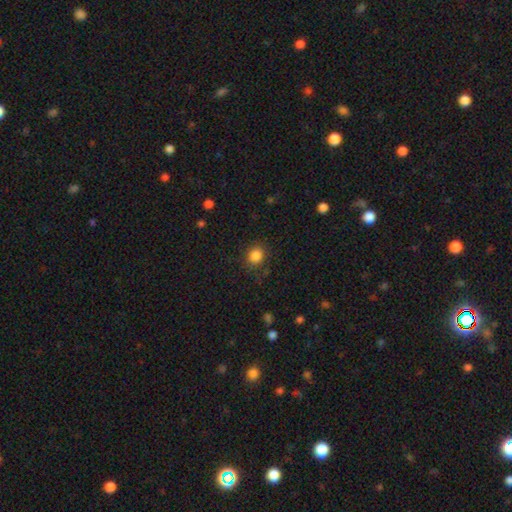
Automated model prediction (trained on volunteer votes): Smooth or featured? Predicted: smooth (p=0.84). How rounded? Predicted: round (p=0.78). Merging? Predicted: none (p=0.85).